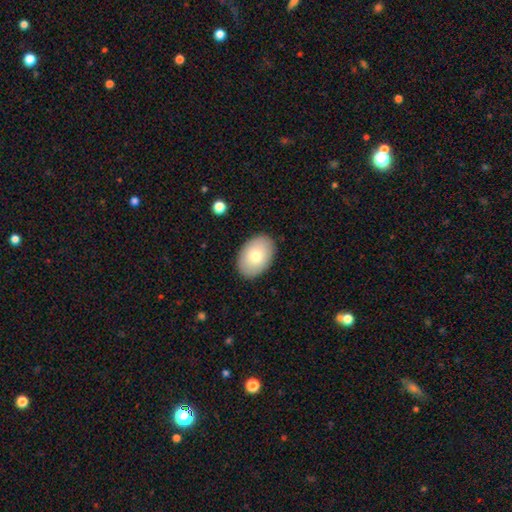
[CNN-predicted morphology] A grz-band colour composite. It shows a smooth galaxy with no disk features (77%) that is in between round and cigar-shaped (87%). Merging: none (89%).